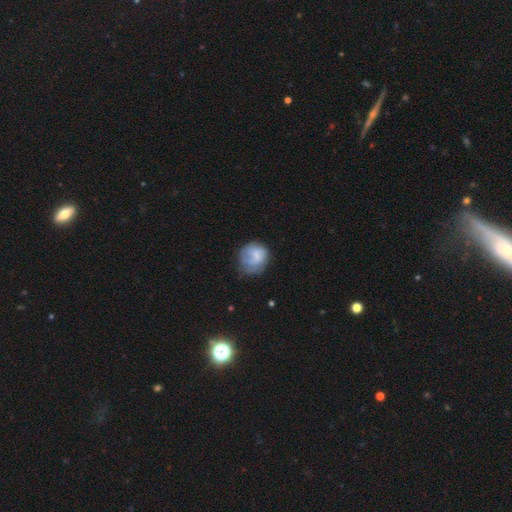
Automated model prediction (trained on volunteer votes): The model was most divided on "merging": none: 47%, minor disturbance: 28%, major disturbance: 23%, merger: 2%. More confident: how rounded — round (74%); smooth or featured — smooth (56%).